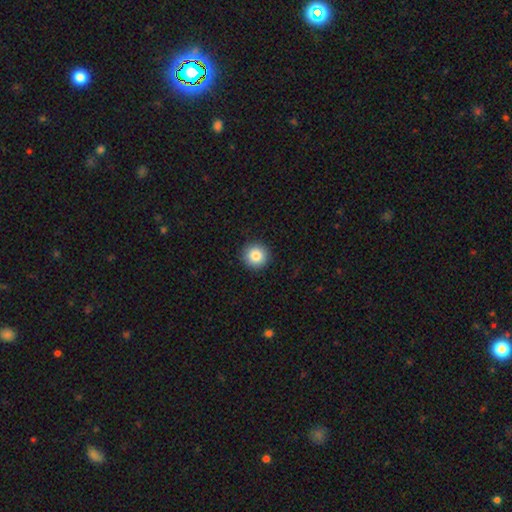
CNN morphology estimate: smooth_or_featured: smooth (p=0.84) [alt: star or artifact p=0.09]
how_rounded: round (p=0.95) [alt: in between p=0.04]
merging: none (p=0.93) [alt: minor disturbance p=0.05]